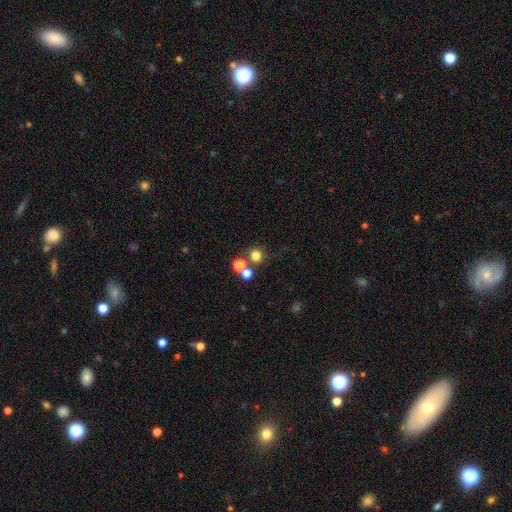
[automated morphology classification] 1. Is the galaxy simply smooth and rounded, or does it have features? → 75% smooth, 17% star or artifact, 8% featured or disk.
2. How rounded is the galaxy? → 91% round, 9% in between, 1% cigar-shaped.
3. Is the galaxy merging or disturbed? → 66% none, 23% merger, 7% minor disturbance, 4% major disturbance.